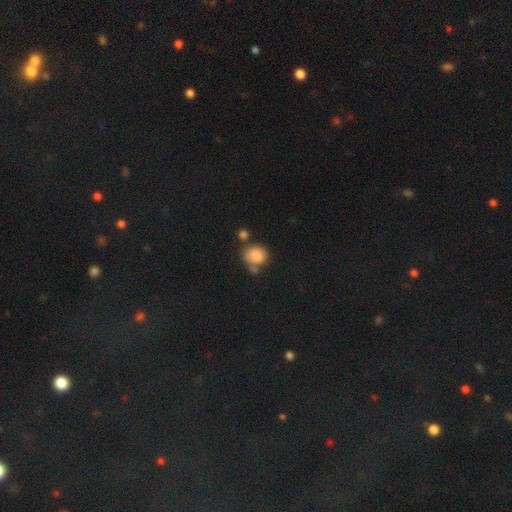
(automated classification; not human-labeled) This appears to be a smooth galaxy with no disk features (85%) that is round (70%). Merging: none (49%).